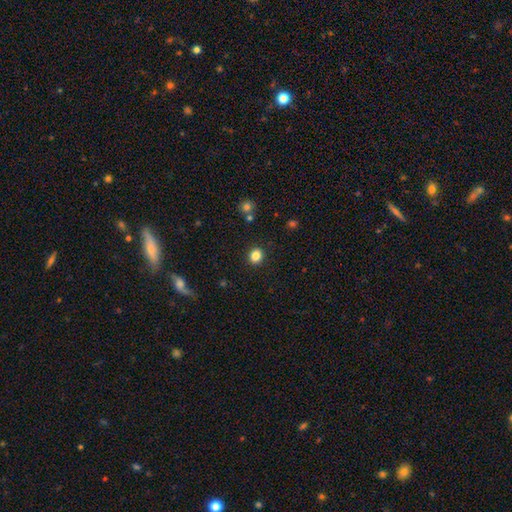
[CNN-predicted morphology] type=smooth (84%); roundness=round (71%); merging=none (90%).